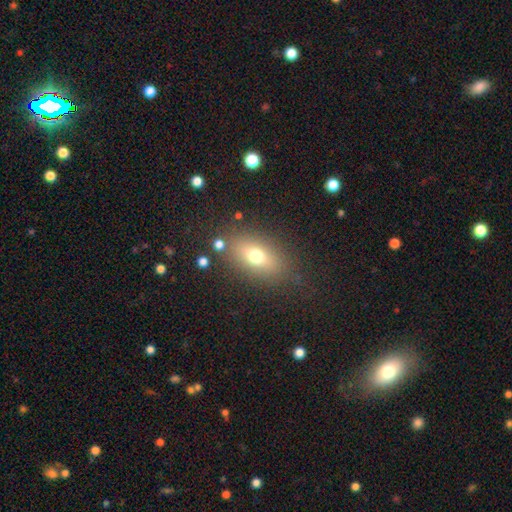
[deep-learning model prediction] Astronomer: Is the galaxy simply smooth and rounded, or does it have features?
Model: smooth — 70%.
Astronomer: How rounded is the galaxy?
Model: in between — 79%.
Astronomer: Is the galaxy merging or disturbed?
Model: none — 79%.